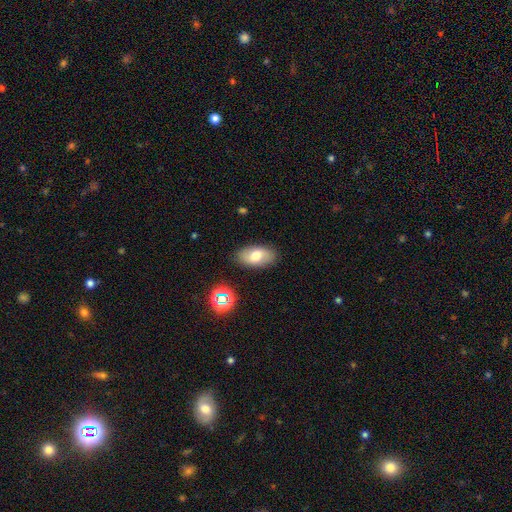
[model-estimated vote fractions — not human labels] Smooth or featured? Predicted: smooth (p=0.67). How rounded? Predicted: in between (p=0.92). Merging? Predicted: none (p=0.85).